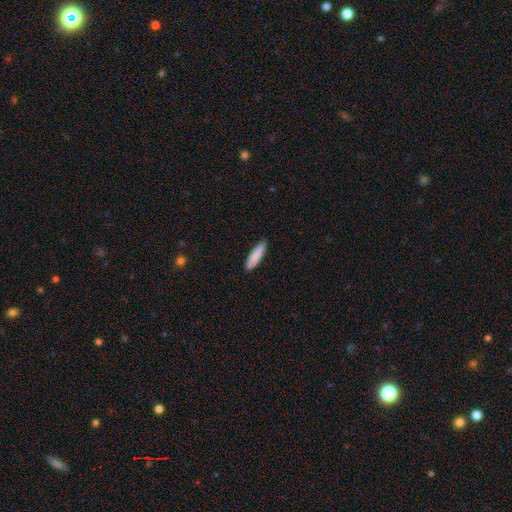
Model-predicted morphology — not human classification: The model was most divided on "how rounded": cigar-shaped: 59%, in between: 39%, round: 2%. More confident: smooth or featured — smooth (81%); merging — none (76%).